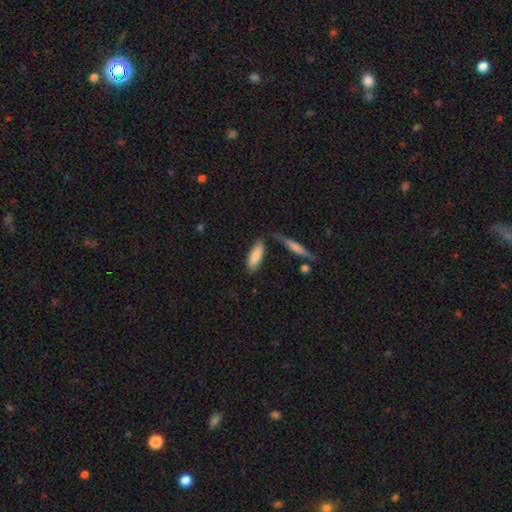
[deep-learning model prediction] A smooth galaxy with no disk features (82%) that is in between round and cigar-shaped (54%).

Vote fractions:
- Smooth or featured? smooth: 82% / featured or disk: 12% / star or artifact: 6%
- How rounded? in between: 54% / cigar-shaped: 44% / round: 2%
- Merging? none: 69% / minor disturbance: 18% / merger: 9% / major disturbance: 5%